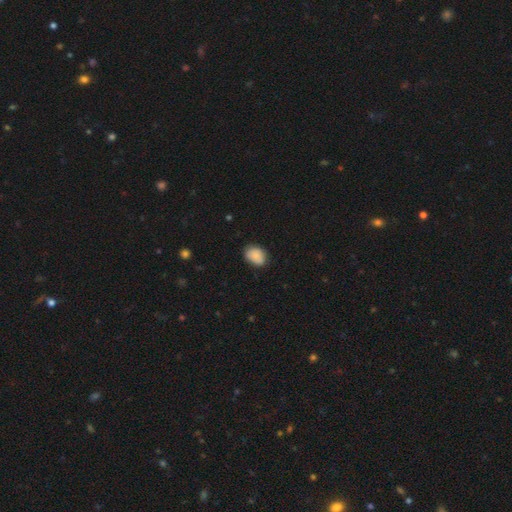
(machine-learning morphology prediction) smooth-or-featured: smooth: 86% | star or artifact: 7% | featured or disk: 6%
  how-rounded: in between: 71% | round: 28% | cigar-shaped: 1%
  merging: none: 76% | minor disturbance: 19% | major disturbance: 3% | merger: 1%